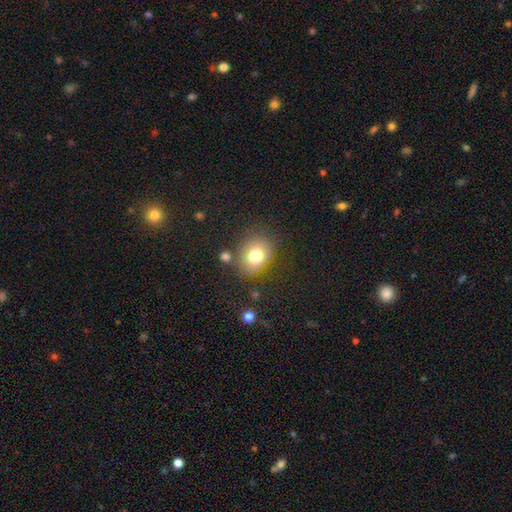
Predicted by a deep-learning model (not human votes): A smooth galaxy with no disk features (77%) that is in between round and cigar-shaped (52%). Merging: none (72%).